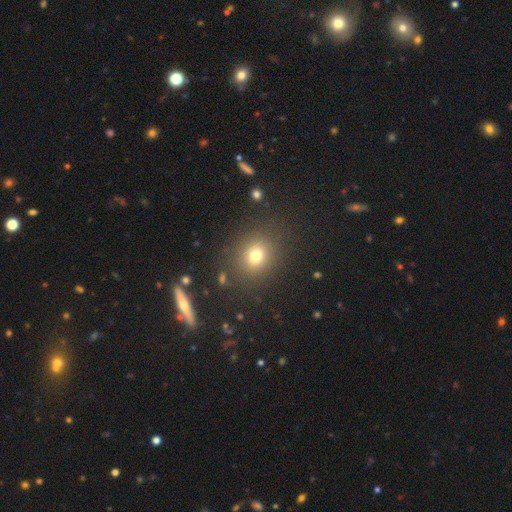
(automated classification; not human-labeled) Overall: smooth (75%). How rounded: round (74%). Merging: none (84%).